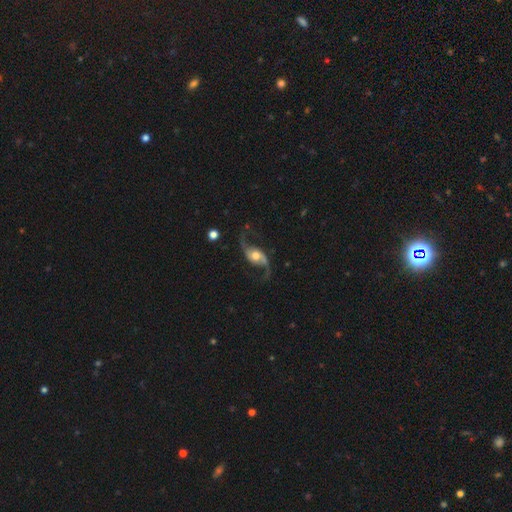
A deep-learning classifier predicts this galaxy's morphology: Q: Smooth or featured?
A: featured or disk (89%); runner-up: smooth (6%)
Q: Edge-on disk?
A: no (96%); runner-up: yes (4%)
Q: Bar?
A: no (58%); runner-up: weak (29%)
Q: Spiral arms?
A: yes (97%); runner-up: no (3%)
Q: Spiral winding?
A: loose (83%); runner-up: medium (14%)
Q: Spiral arm count?
A: 2 (94%); runner-up: 1 (2%)
Q: Bulge size?
A: moderate (66%); runner-up: large (17%)
Q: Merging?
A: none (75%); runner-up: minor disturbance (13%)